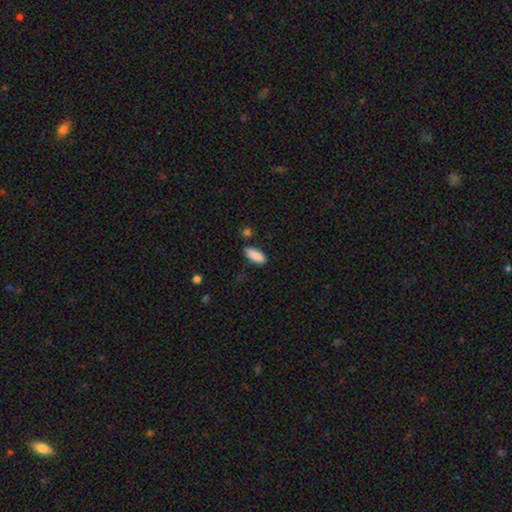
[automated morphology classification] Smooth or featured: smooth — 89% (star or artifact — 6%)
How rounded: in between — 73% (cigar-shaped — 25%)
Merging: none — 82% (minor disturbance — 12%)